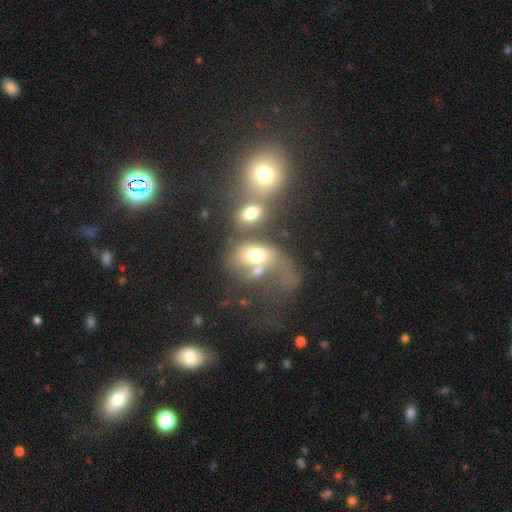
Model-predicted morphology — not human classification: A smooth galaxy with no disk features (55%) that is in between round and cigar-shaped (71%). Merging: merger (59%).